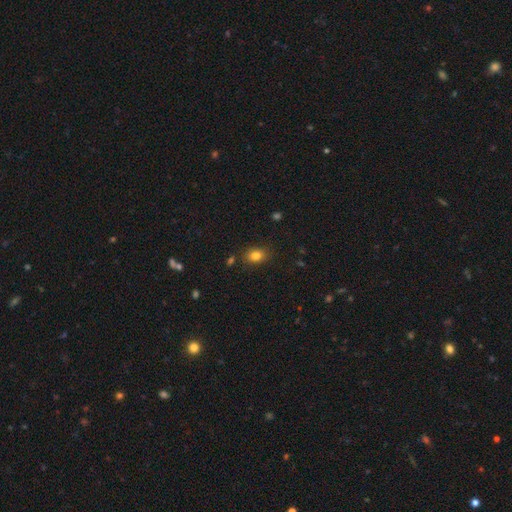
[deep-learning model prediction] A smooth galaxy with no disk features (82%) that is in between round and cigar-shaped (67%). Merging: none (83%).